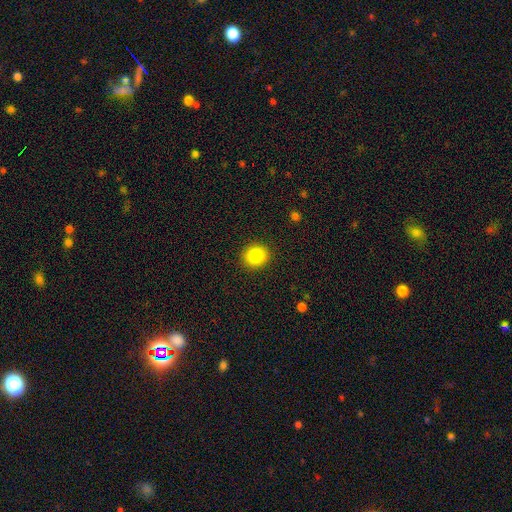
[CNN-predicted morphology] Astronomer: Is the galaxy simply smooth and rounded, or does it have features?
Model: smooth — 85%.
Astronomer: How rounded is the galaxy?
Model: round — 79%.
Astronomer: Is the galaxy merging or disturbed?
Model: none — 90%.